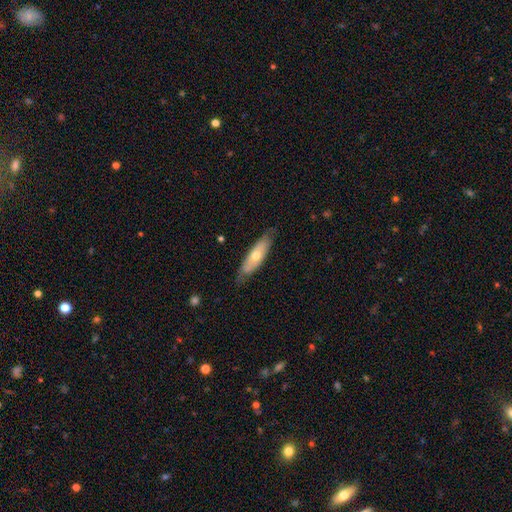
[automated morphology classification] smooth-or-featured: smooth: 51% | featured or disk: 44% | star or artifact: 5%
  how-rounded: cigar-shaped: 53% | in between: 45% | round: 2%
  merging: none: 75% | minor disturbance: 20% | major disturbance: 4% | merger: 1%